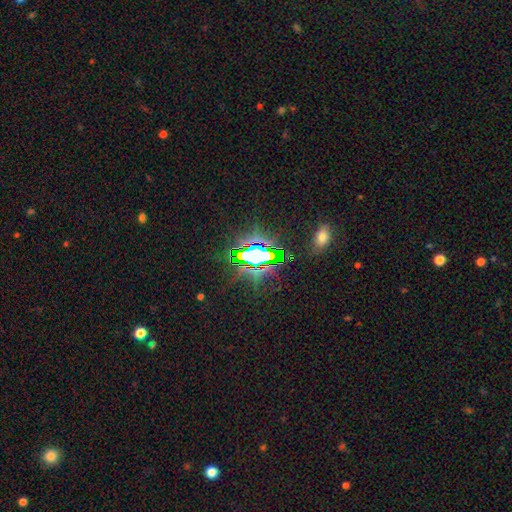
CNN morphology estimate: This is likely a star or artifact rather than a galaxy (74%).